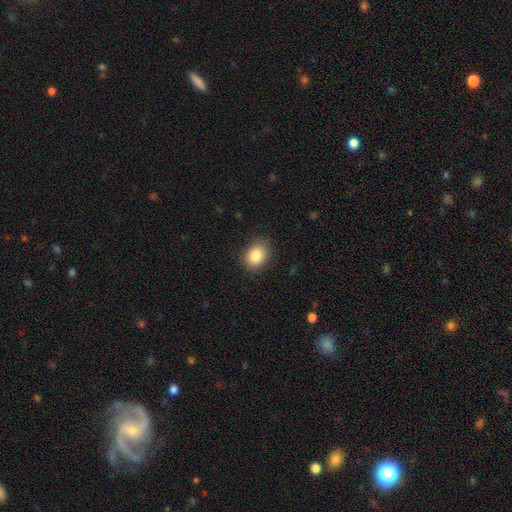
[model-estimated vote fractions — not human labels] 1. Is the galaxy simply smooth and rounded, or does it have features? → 84% smooth, 9% star or artifact, 7% featured or disk.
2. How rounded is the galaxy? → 58% in between, 41% round, 1% cigar-shaped.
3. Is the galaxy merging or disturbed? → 85% none, 11% minor disturbance, 3% major disturbance, 1% merger.